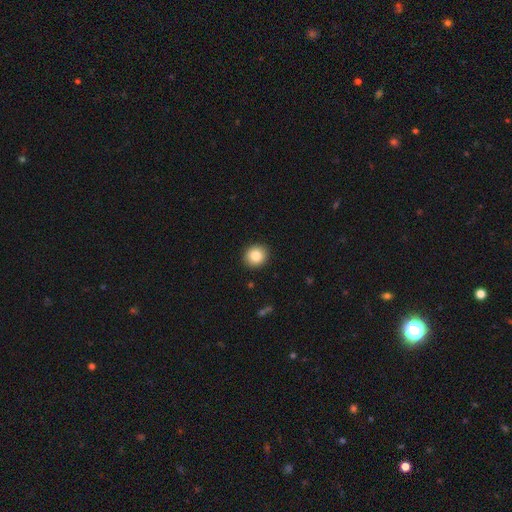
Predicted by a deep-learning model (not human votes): Overall: smooth (84%). How rounded: round (85%). Merging: none (91%).